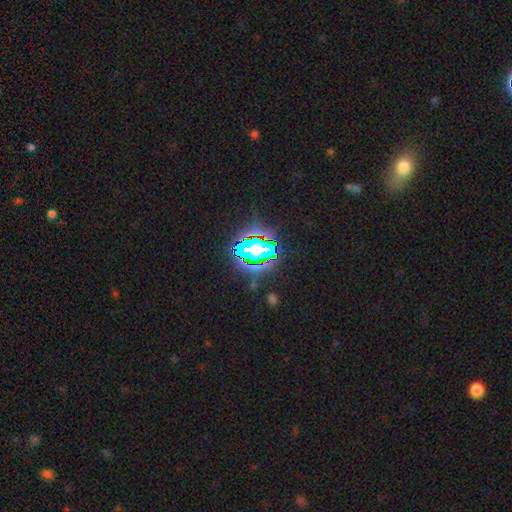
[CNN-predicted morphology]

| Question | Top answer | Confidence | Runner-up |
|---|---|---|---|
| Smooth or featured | star or artifact | 79% | smooth (13%) |